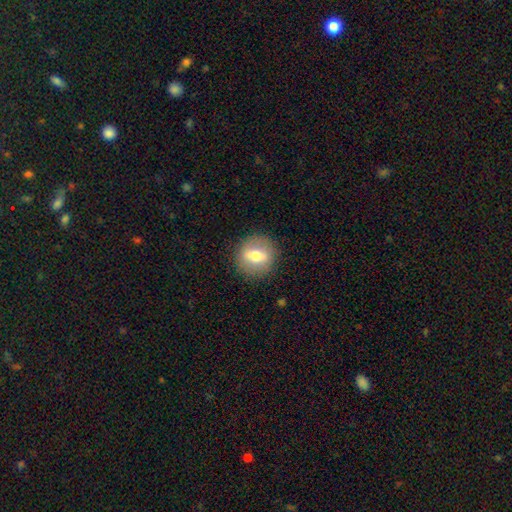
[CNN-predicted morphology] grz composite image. It shows a smooth galaxy with no disk features (61%) that is round (84%). Merging: none (88%).